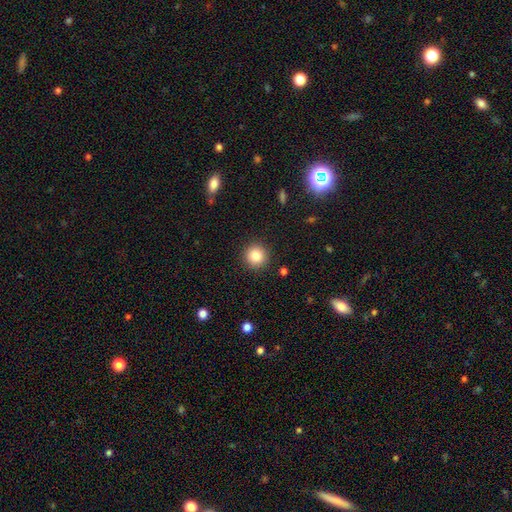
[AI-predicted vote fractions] This is clearly a smooth galaxy (83%). How rounded: clearly round (95%). Merging: clearly none (92%).